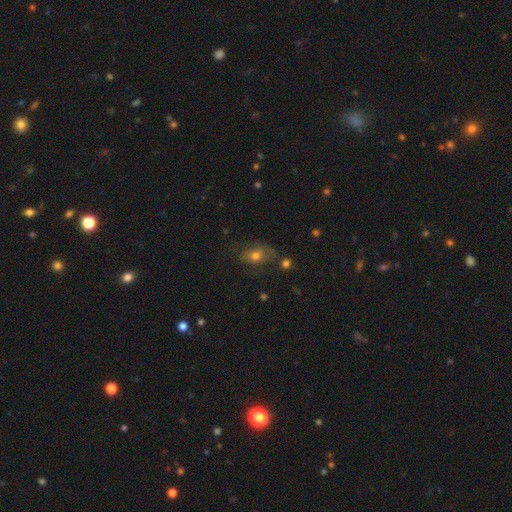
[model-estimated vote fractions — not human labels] Smooth or featured: smooth — 56% (featured or disk — 29%)
How rounded: in between — 74% (round — 23%)
Merging: none — 57% (minor disturbance — 24%)